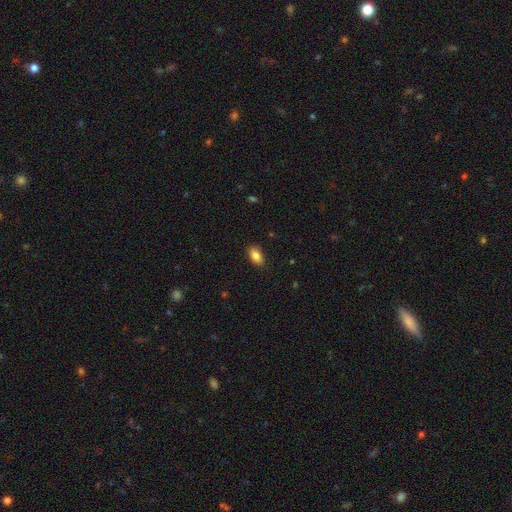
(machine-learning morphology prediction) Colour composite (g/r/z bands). It shows a smooth galaxy with no disk features (85%) that is in between round and cigar-shaped (91%). Merging: none (86%).